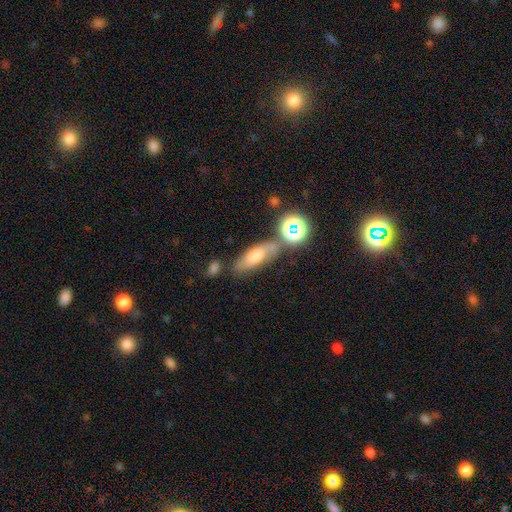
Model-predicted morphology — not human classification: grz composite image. It shows a smooth galaxy with no disk features (47%). Merging: none (65%).